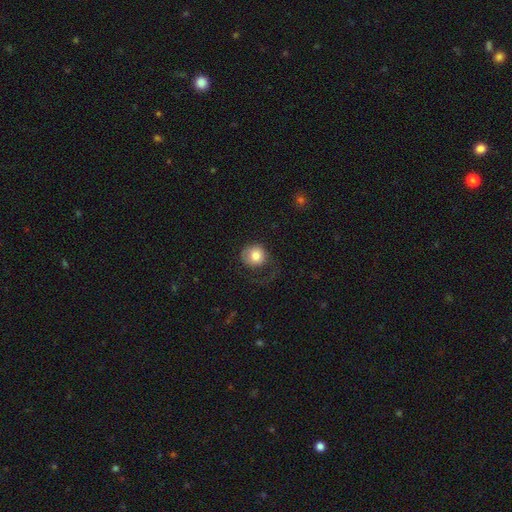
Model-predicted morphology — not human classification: Q: Smooth or featured?
A: smooth (78%); runner-up: featured or disk (14%)
Q: How rounded?
A: round (88%); runner-up: in between (11%)
Q: Merging?
A: none (43%); runner-up: major disturbance (36%)